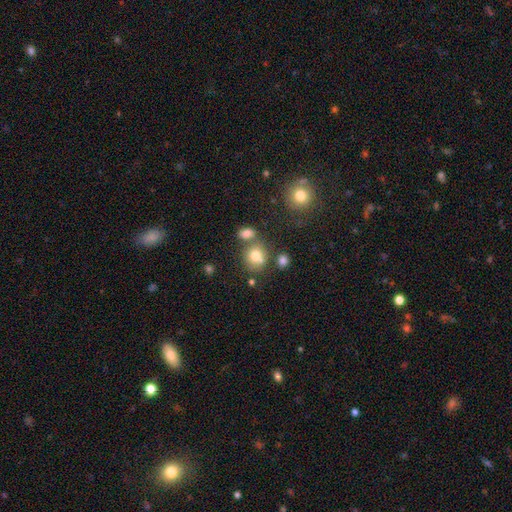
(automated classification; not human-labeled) Smooth or featured? Predicted: smooth (p=0.75). How rounded? Predicted: round (p=0.74). Merging? Predicted: none (p=0.56).